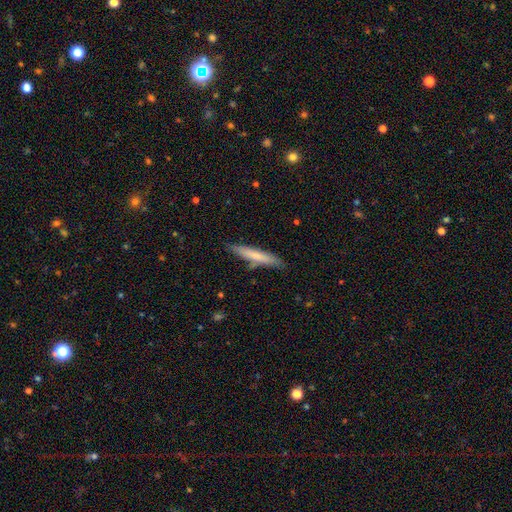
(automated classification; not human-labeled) The model was most divided on "smooth or featured": smooth: 67%, featured or disk: 27%, star or artifact: 6%. More confident: how rounded — cigar-shaped (93%); merging — none (83%).